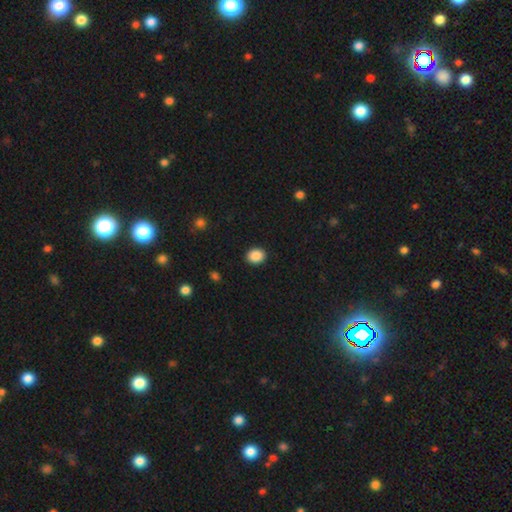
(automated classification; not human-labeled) This is clearly a smooth galaxy (89%). How rounded: possibly round (58%). Merging: clearly none (91%).